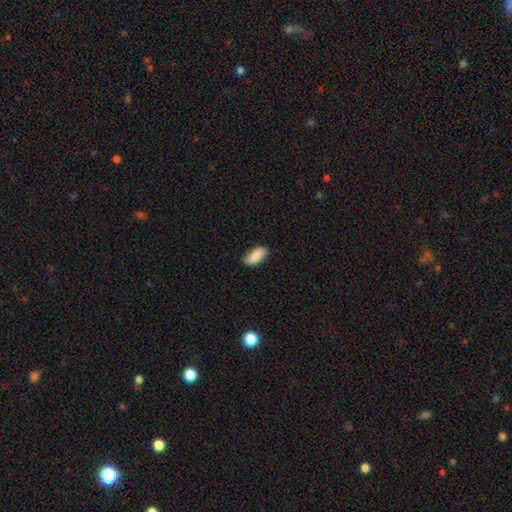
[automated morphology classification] A smooth galaxy with no disk features (81%) that is in between round and cigar-shaped (91%).

Vote fractions:
- Smooth or featured? smooth: 81% / featured or disk: 13% / star or artifact: 6%
- How rounded? in between: 91% / cigar-shaped: 7% / round: 3%
- Merging? none: 84% / minor disturbance: 12% / major disturbance: 2% / merger: 1%